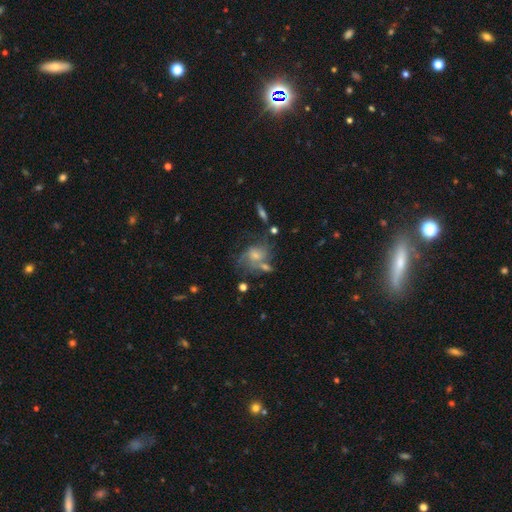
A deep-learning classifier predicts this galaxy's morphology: Q: Smooth or featured?
A: featured or disk (53%); runner-up: smooth (36%)
Q: Edge-on disk?
A: no (96%); runner-up: yes (4%)
Q: Bar?
A: no (75%); runner-up: weak (21%)
Q: Spiral arms?
A: yes (64%); runner-up: no (36%)
Q: Bulge size?
A: small (42%); runner-up: moderate (39%)
Q: Merging?
A: none (39%); runner-up: major disturbance (22%)